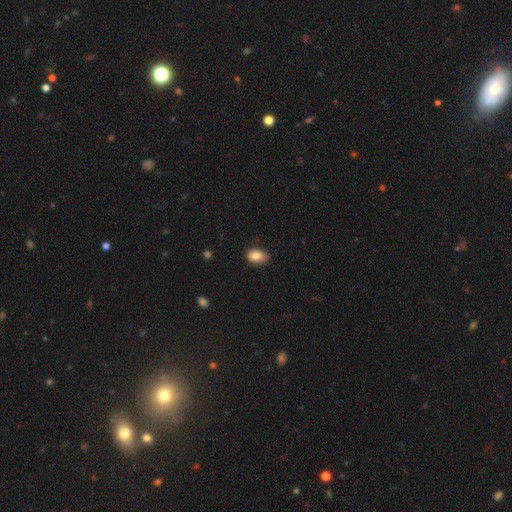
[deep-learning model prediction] smooth 84%, star or artifact 8%, featured or disk 8%. Down the decision tree: how rounded — in between (87%); merging — none (78%).